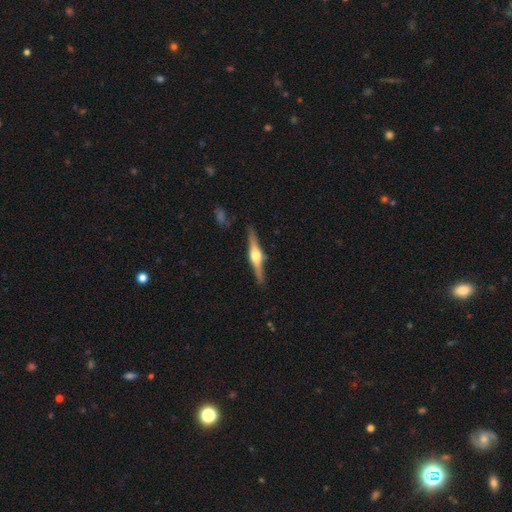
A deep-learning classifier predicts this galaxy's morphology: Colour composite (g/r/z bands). It shows a featured or disk galaxy (77%) viewed edge-on (98%) with a rounded central bulge (94%). Merging: none (89%).